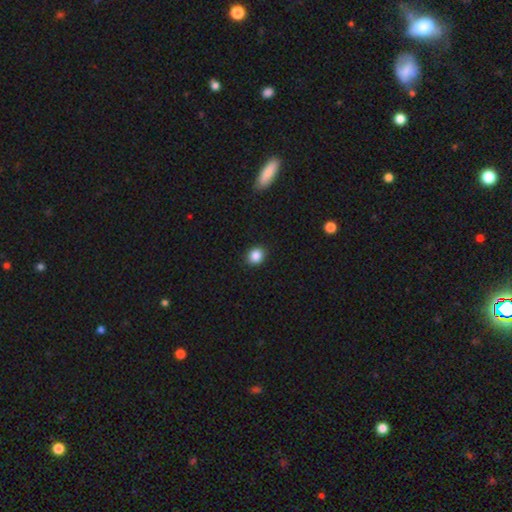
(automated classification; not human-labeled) smooth-or-featured: smooth: 87% | star or artifact: 10% | featured or disk: 3%
  how-rounded: round: 71% | in between: 28% | cigar-shaped: 1%
  merging: none: 91% | minor disturbance: 6% | major disturbance: 2% | merger: 1%